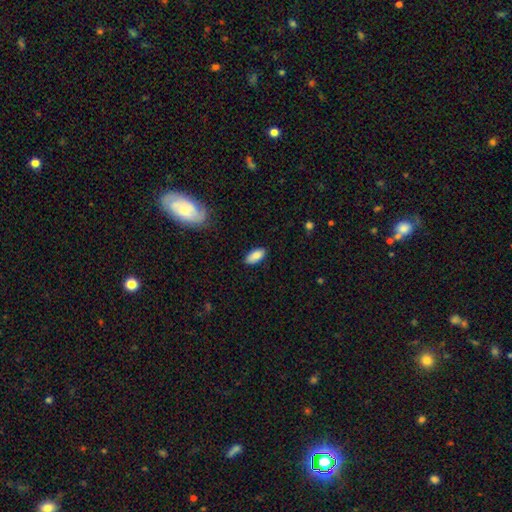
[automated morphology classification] smooth 86%, star or artifact 7%, featured or disk 7%. Down the decision tree: how rounded — in between (91%); merging — none (86%).